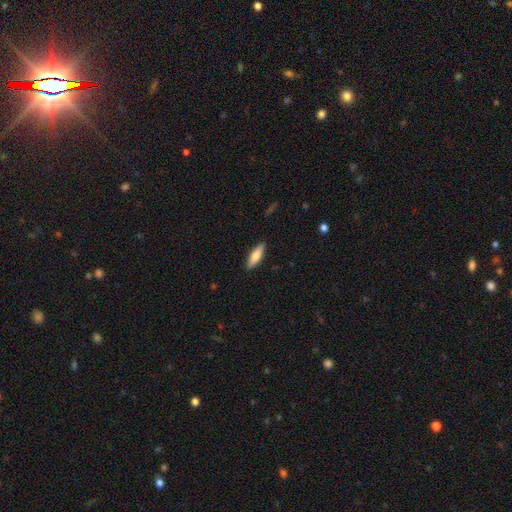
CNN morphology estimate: Smooth or featured? smooth (78%)
How rounded? cigar-shaped (51%)
Merging? none (89%)